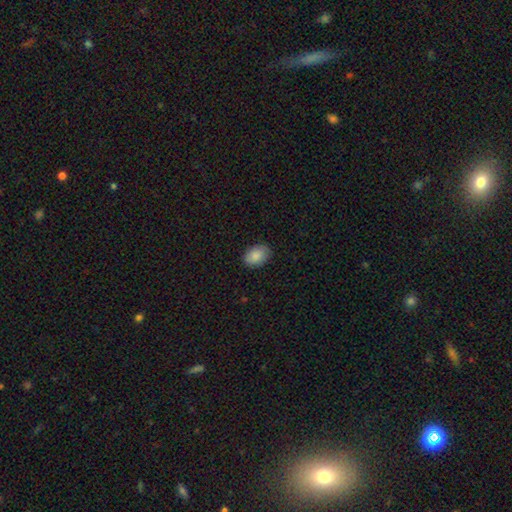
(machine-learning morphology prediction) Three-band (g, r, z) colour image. It shows a smooth galaxy with no disk features (87%) that is in between round and cigar-shaped (84%). Merging: none (86%).